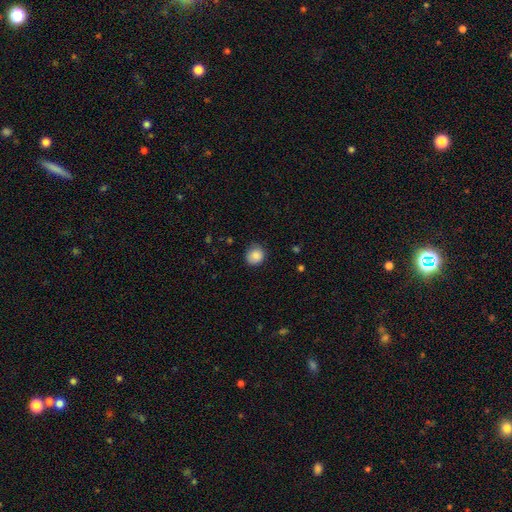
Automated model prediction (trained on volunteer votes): Smooth or featured?
  - smooth: 86% *
  - star or artifact: 9%
  - featured or disk: 6%
How rounded?
  - round: 86% *
  - in between: 14%
  - cigar-shaped: 1%
Merging?
  - none: 78% *
  - minor disturbance: 18%
  - major disturbance: 3%
  - merger: 1%